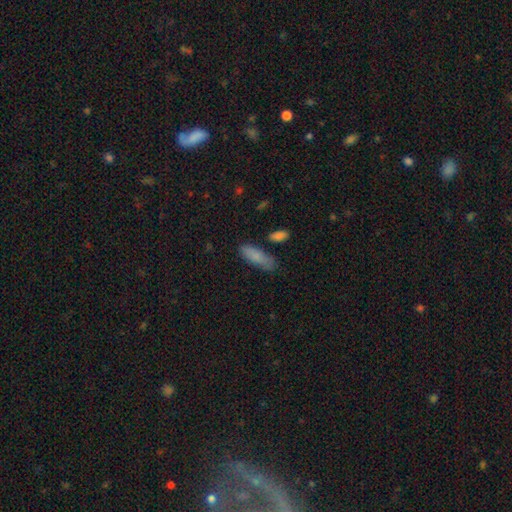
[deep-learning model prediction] This appears to be a smooth galaxy with no disk features (81%) that is in between round and cigar-shaped (63%). Merging: none (69%).